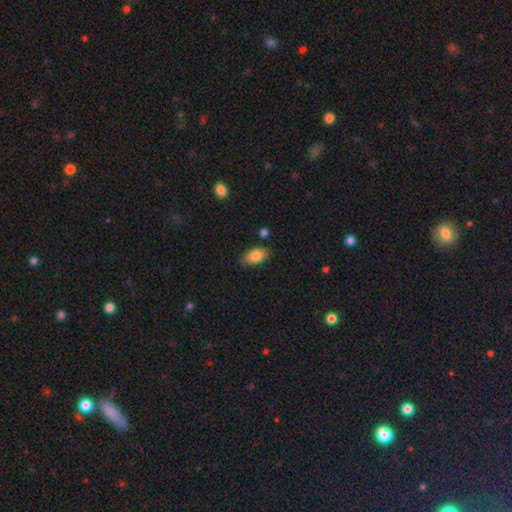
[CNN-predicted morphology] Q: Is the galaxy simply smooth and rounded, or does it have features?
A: smooth — 84%.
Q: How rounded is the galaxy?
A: in between — 91%.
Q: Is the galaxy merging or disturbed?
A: none — 81%.